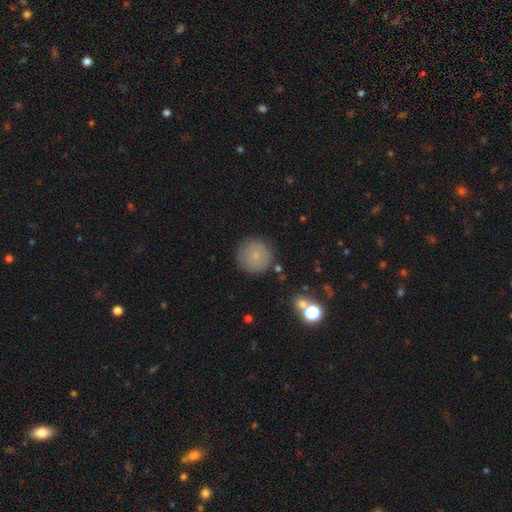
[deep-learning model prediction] smooth-or-featured: smooth: 80% | featured or disk: 11% | star or artifact: 9%
  how-rounded: round: 95% | in between: 4% | cigar-shaped: 1%
  merging: none: 86% | minor disturbance: 9% | major disturbance: 3% | merger: 2%